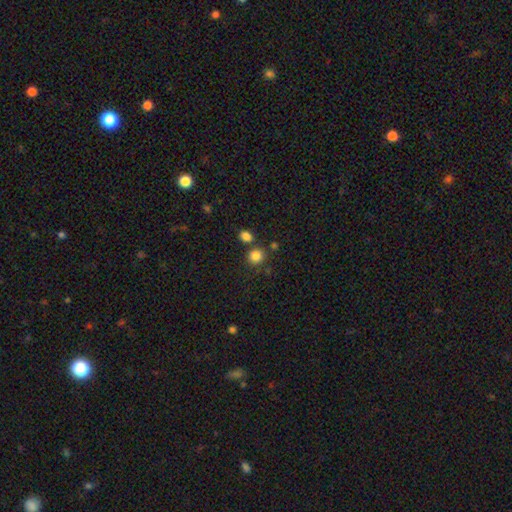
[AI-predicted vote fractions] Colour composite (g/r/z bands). It shows a smooth galaxy with no disk features (83%) that is round (85%). Merging: none (73%).